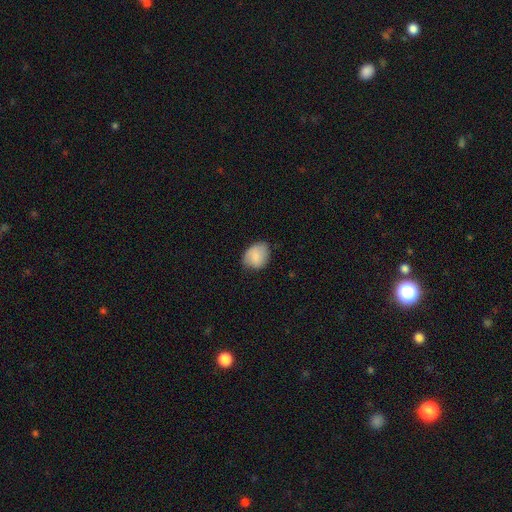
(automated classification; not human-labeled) Smooth or featured: smooth — 82% (featured or disk — 11%)
How rounded: in between — 53% (round — 46%)
Merging: none — 65% (minor disturbance — 28%)